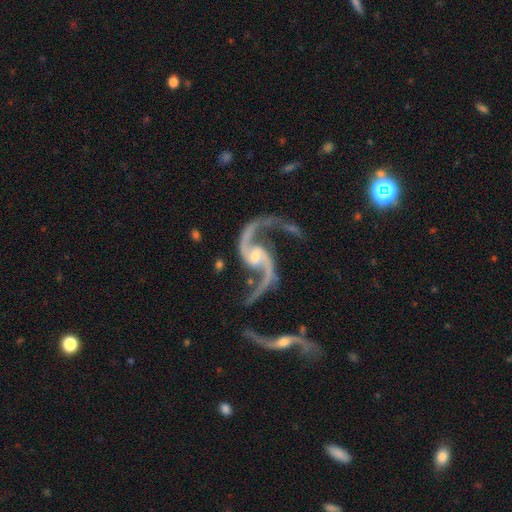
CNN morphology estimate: A featured or disk galaxy (93%) with no bar (50%), 2 (94%) loose (71%) spiral arms (98%) and a small central bulge (49%).

Vote fractions:
- Smooth or featured? featured or disk: 93% / star or artifact: 5% / smooth: 2%
- Edge-on disk? no: 97% / yes: 3%
- Bar? no: 50% / weak: 37% / strong: 14%
- Spiral arms? yes: 98% / no: 2%
- Spiral winding? loose: 71% / medium: 25% / tight: 5%
- Spiral arm count? 2: 94% / 1: 2% / 3: 1% / can't tell: 1% / 4: 1% / more than 4: 1%
- Bulge size? small: 49% / moderate: 40% / none: 6% / large: 3% / dominant: 1%
- Merging? none: 56% / minor disturbance: 19% / major disturbance: 15% / merger: 10%